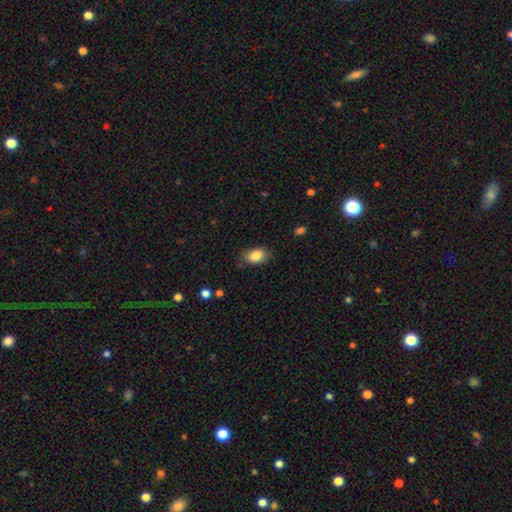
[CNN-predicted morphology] Overall: smooth (86%). How rounded: in between (87%). Merging: none (77%).